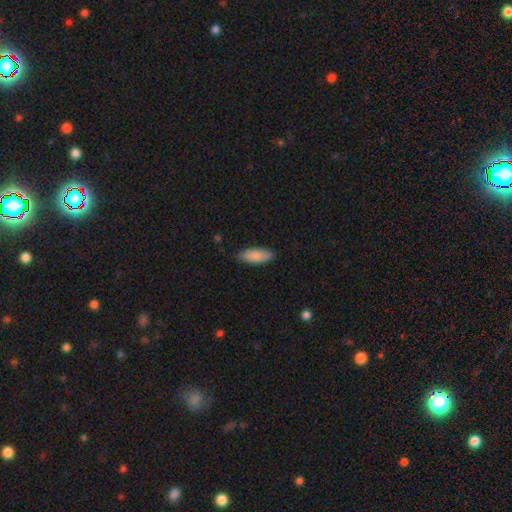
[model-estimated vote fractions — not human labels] A smooth galaxy with no disk features (88%) that is in between round and cigar-shaped (74%). Merging: none (85%).